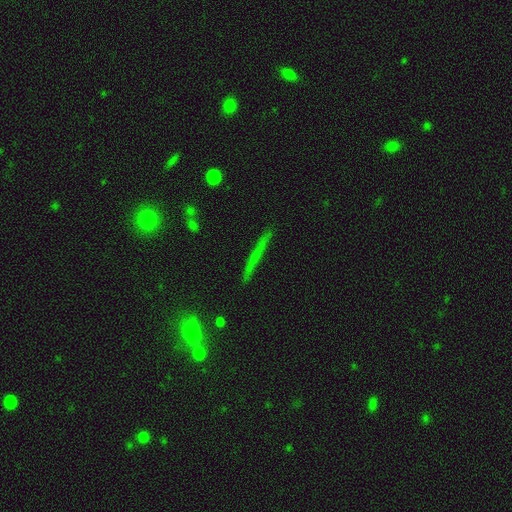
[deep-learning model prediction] Smooth or featured: featured or disk — 44% (smooth — 43%)
Merging: none — 88% (minor disturbance — 8%)